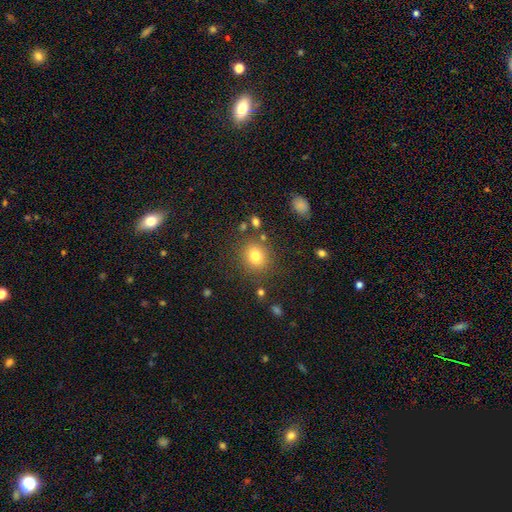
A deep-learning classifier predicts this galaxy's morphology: Overall: smooth (78%). How rounded: round (75%). Merging: none (81%).